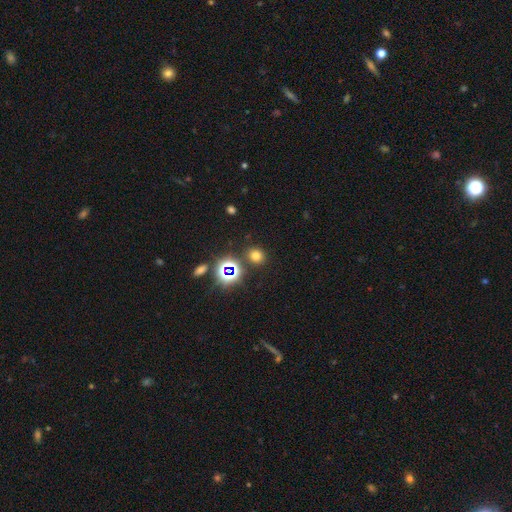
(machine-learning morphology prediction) smooth_or_featured: smooth (p=0.66) [alt: star or artifact p=0.27]
how_rounded: round (p=0.79) [alt: in between p=0.20]
merging: none (p=0.85) [alt: minor disturbance p=0.08]